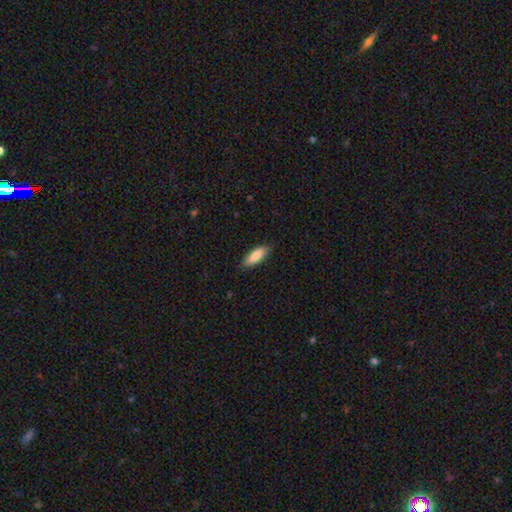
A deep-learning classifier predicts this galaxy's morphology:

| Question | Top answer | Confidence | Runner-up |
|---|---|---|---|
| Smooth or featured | smooth | 84% | featured or disk (10%) |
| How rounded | in between | 68% | cigar-shaped (30%) |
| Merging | none | 87% | minor disturbance (10%) |